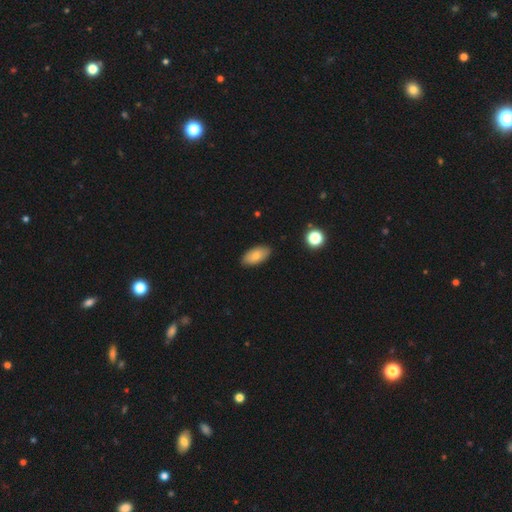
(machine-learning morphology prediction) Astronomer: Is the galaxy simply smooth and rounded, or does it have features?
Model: smooth — 78%.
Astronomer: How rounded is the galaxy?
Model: in between — 93%.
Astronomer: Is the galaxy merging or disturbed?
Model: none — 87%.